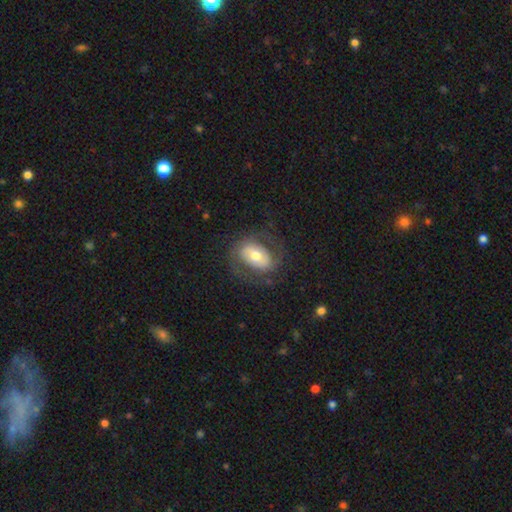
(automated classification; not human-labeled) This is possibly a featured or disk galaxy (51%). It is clearly not viewed edge-on (94%). Merging: likely none (69%).